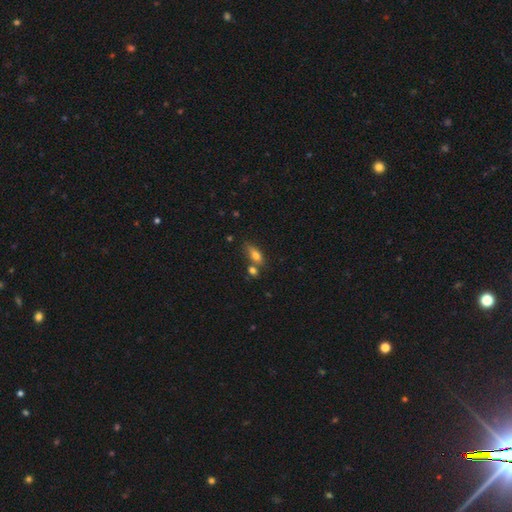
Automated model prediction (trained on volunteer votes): Smooth or featured: smooth — 70% (featured or disk — 20%)
How rounded: in between — 71% (cigar-shaped — 23%)
Merging: none — 55% (merger — 23%)